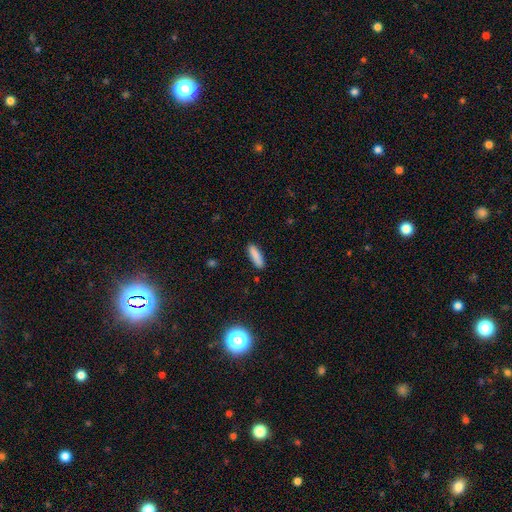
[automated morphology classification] smooth 87%, star or artifact 7%, featured or disk 6%. Down the decision tree: how rounded — cigar-shaped (59%); merging — none (88%).